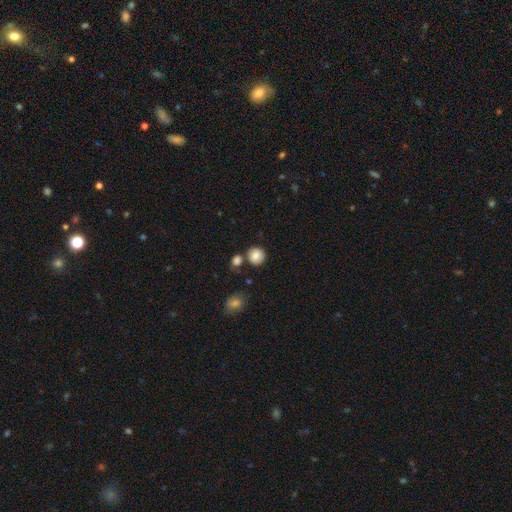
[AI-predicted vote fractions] A smooth galaxy with no disk features (82%) that is round (89%).

Vote fractions:
- Smooth or featured? smooth: 82% / star or artifact: 9% / featured or disk: 9%
- How rounded? round: 89% / in between: 10% / cigar-shaped: 1%
- Merging? none: 73% / minor disturbance: 12% / merger: 11% / major disturbance: 3%